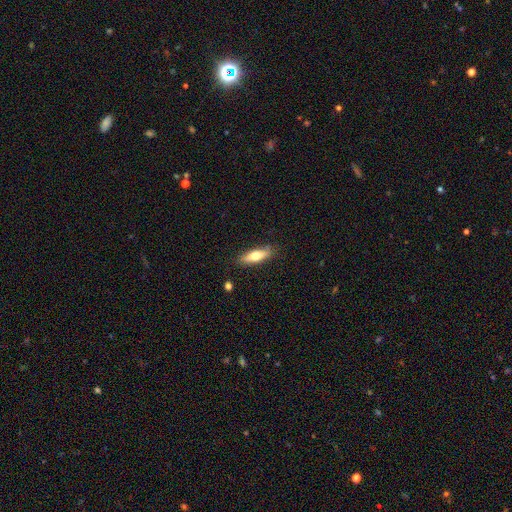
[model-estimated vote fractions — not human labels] Q: Smooth or featured?
A: smooth (65%); runner-up: featured or disk (29%)
Q: How rounded?
A: cigar-shaped (53%); runner-up: in between (45%)
Q: Merging?
A: none (84%); runner-up: minor disturbance (12%)